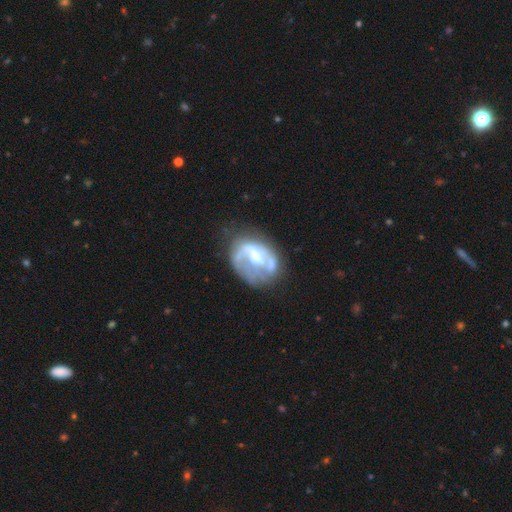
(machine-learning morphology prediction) Smooth or featured?
  - featured or disk: 68% *
  - smooth: 24%
  - star or artifact: 8%
Edge-on disk?
  - no: 98% *
  - yes: 2%
Bar?
  - no: 49% *
  - weak: 38%
  - strong: 13%
Spiral arms?
  - yes: 57% *
  - no: 43%
Bulge size?
  - moderate: 39% *
  - small: 37%
  - none: 16%
  - large: 6%
  - dominant: 1%
Merging?
  - none: 38% *
  - major disturbance: 27%
  - minor disturbance: 24%
  - merger: 12%